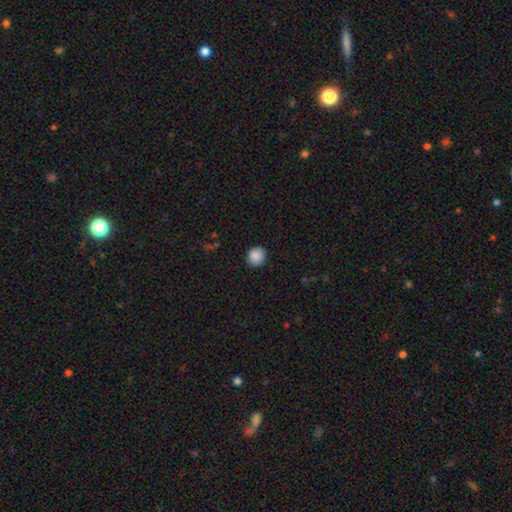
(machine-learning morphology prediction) Q: Smooth or featured?
A: smooth (88%); runner-up: star or artifact (9%)
Q: How rounded?
A: round (86%); runner-up: in between (13%)
Q: Merging?
A: none (90%); runner-up: minor disturbance (7%)